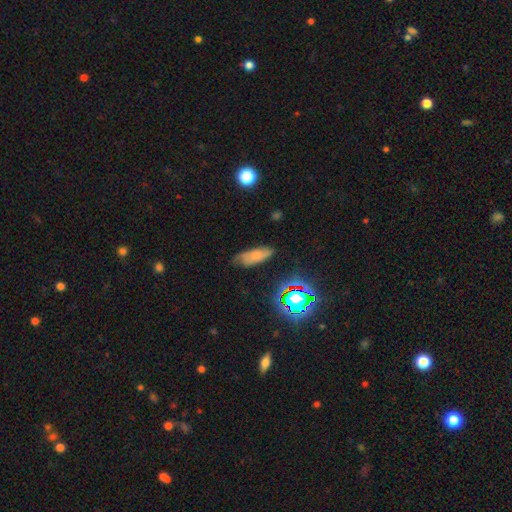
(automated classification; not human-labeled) smooth 62%, featured or disk 22%, star or artifact 15%. Down the decision tree: how rounded — in between (68%); merging — none (63%).